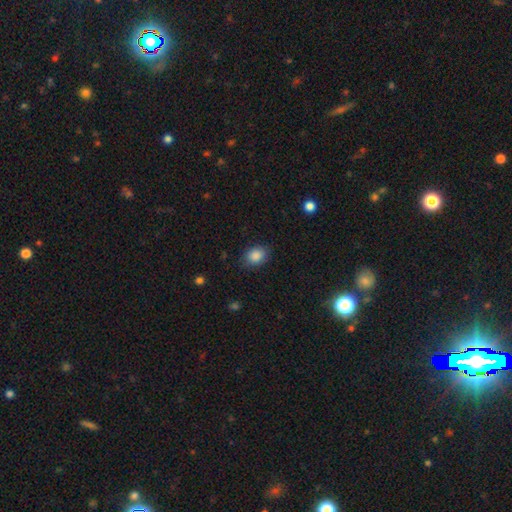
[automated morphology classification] smooth-or-featured: smooth: 87% | star or artifact: 9% | featured or disk: 5%
  how-rounded: in between: 63% | round: 36% | cigar-shaped: 1%
  merging: none: 80% | minor disturbance: 16% | major disturbance: 4% | merger: 1%